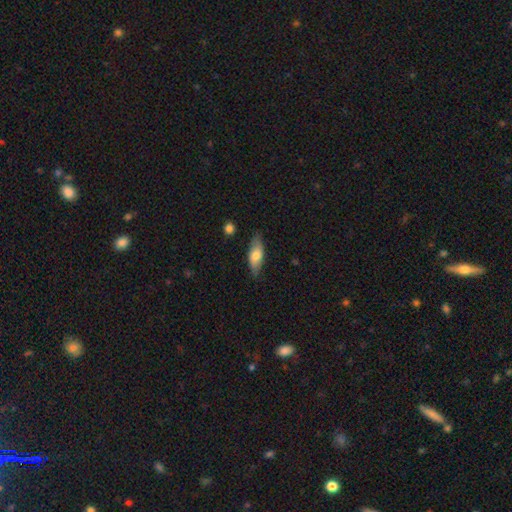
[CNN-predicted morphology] Q: Smooth or featured?
A: smooth (68%); runner-up: featured or disk (26%)
Q: How rounded?
A: in between (70%); runner-up: cigar-shaped (28%)
Q: Merging?
A: none (80%); runner-up: minor disturbance (16%)